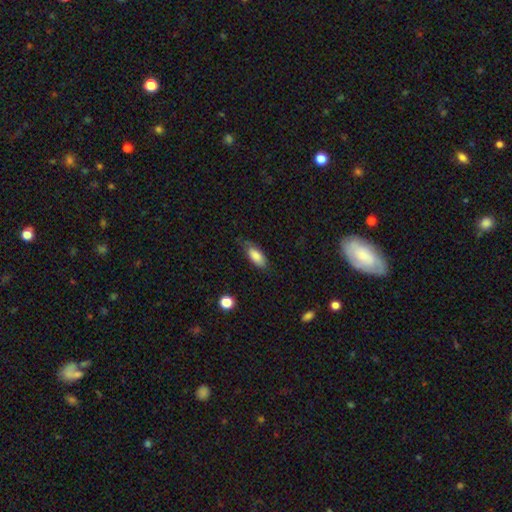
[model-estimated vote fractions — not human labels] Smooth or featured?
  - smooth: 82% *
  - featured or disk: 11%
  - star or artifact: 7%
How rounded?
  - in between: 83% *
  - cigar-shaped: 15%
  - round: 3%
Merging?
  - none: 65% *
  - minor disturbance: 27%
  - major disturbance: 7%
  - merger: 2%